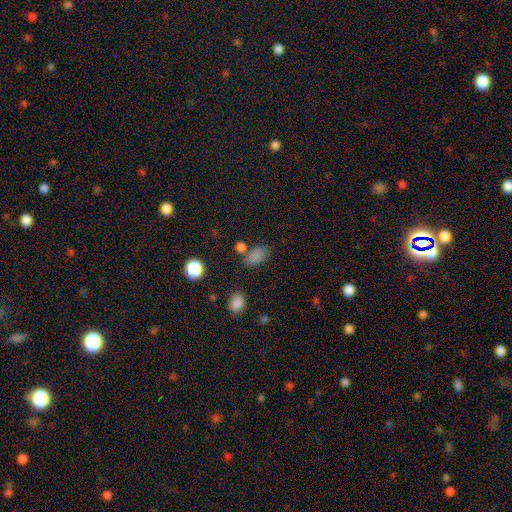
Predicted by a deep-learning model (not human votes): smooth-or-featured: smooth: 80% | star or artifact: 15% | featured or disk: 5%
  how-rounded: in between: 87% | round: 11% | cigar-shaped: 2%
  merging: none: 67% | minor disturbance: 15% | merger: 12% | major disturbance: 6%